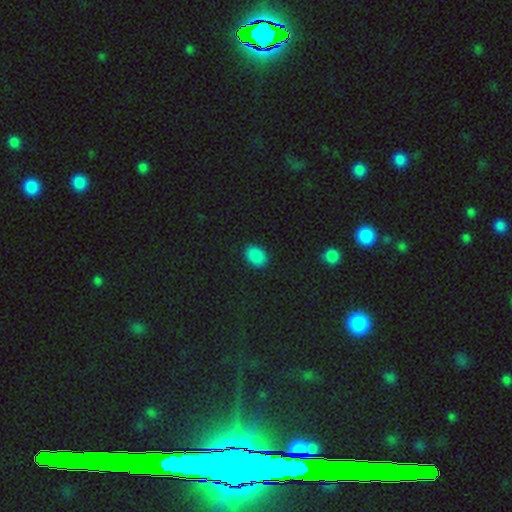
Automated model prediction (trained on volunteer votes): Overall: smooth (87%). How rounded: in between (82%). Merging: none (89%).